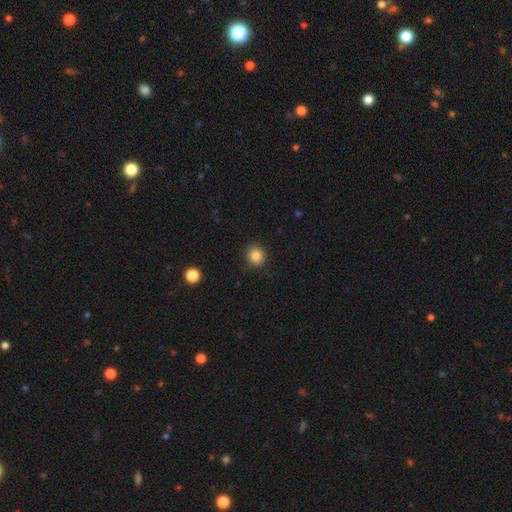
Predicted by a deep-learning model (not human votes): Smooth or featured: smooth — 85% (star or artifact — 11%)
How rounded: round — 90% (in between — 9%)
Merging: none — 88% (minor disturbance — 8%)